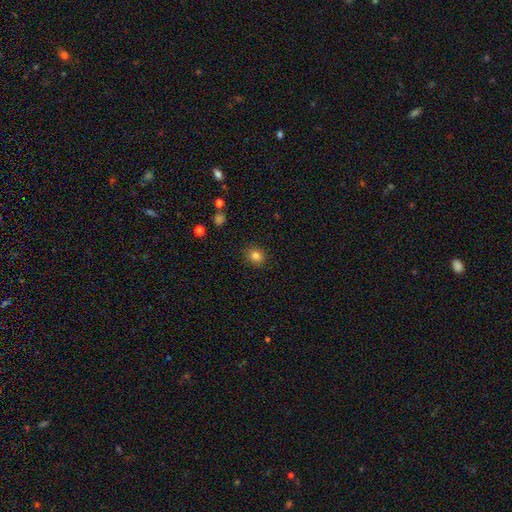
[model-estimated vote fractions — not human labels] smooth-or-featured: smooth: 82% | star or artifact: 12% | featured or disk: 6%
  how-rounded: round: 72% | in between: 28% | cigar-shaped: 1%
  merging: none: 89% | minor disturbance: 8% | major disturbance: 2% | merger: 1%